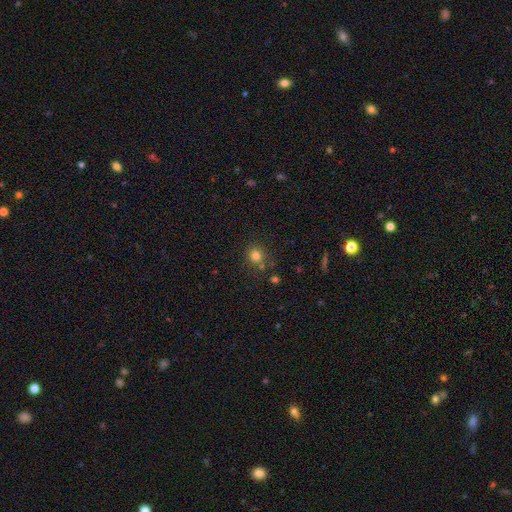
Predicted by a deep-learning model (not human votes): Overall: smooth (79%). How rounded: round (90%). Merging: none (77%).